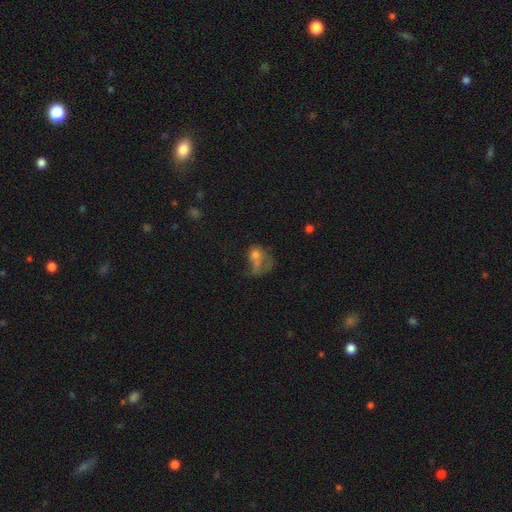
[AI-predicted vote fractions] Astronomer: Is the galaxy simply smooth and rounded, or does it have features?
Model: smooth — 53% (runner-up: featured or disk, 31%).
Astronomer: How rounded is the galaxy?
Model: in between — 54% (runner-up: round, 44%).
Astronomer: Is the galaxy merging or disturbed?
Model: major disturbance — 41% (runner-up: merger, 27%).